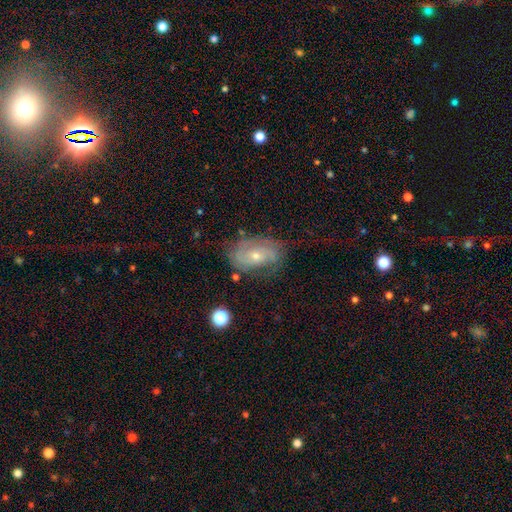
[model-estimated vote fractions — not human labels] Smooth or featured? Predicted: featured or disk (p=0.71). Edge-on disk? Predicted: no (p=0.95). Bar? Predicted: no (p=0.67). Spiral arms? Predicted: yes (p=0.86). Spiral winding? Predicted: tight (p=0.46). Spiral arm count? Predicted: 2 (p=0.48). Bulge size? Predicted: small (p=0.57). Merging? Predicted: none (p=0.63).